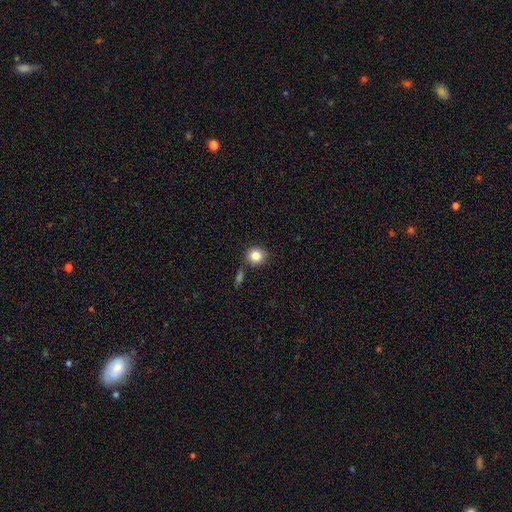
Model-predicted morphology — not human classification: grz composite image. It shows a smooth galaxy with no disk features (85%) that is round (86%). Merging: none (80%).